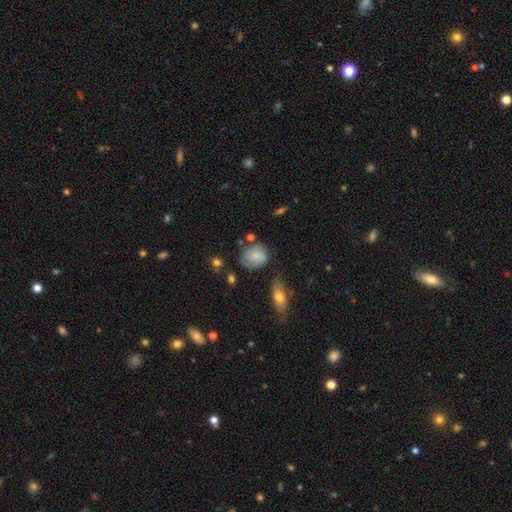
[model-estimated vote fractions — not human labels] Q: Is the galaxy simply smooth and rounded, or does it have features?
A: smooth — 72%.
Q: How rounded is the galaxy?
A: round — 65%.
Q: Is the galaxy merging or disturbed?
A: none — 63%.